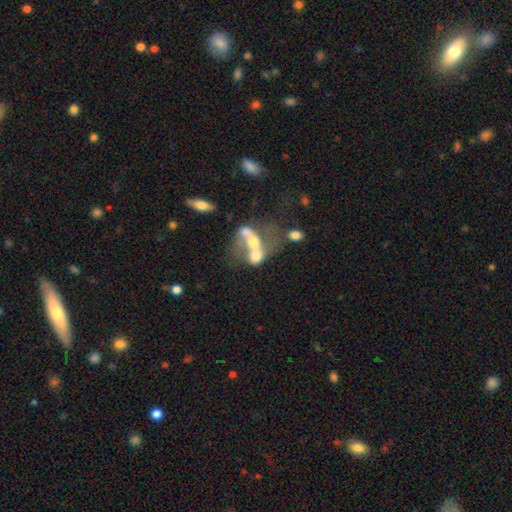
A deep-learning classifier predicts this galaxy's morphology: This appears to be a featured or disk galaxy (47%). Merging: merger (70%).